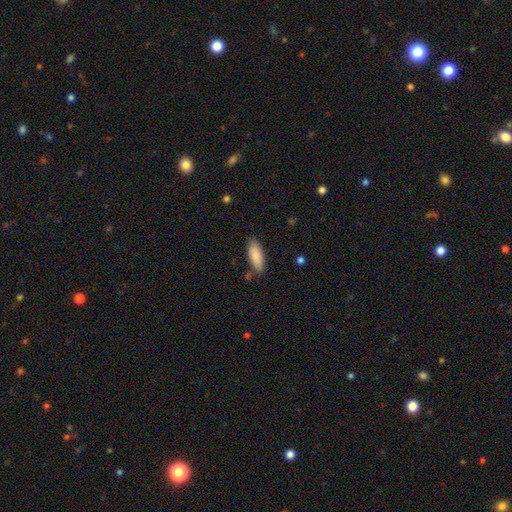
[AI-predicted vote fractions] smooth_or_featured: smooth (p=0.87) [alt: featured or disk p=0.07]
how_rounded: in between (p=0.70) [alt: cigar-shaped p=0.28]
merging: none (p=0.78) [alt: minor disturbance p=0.15]